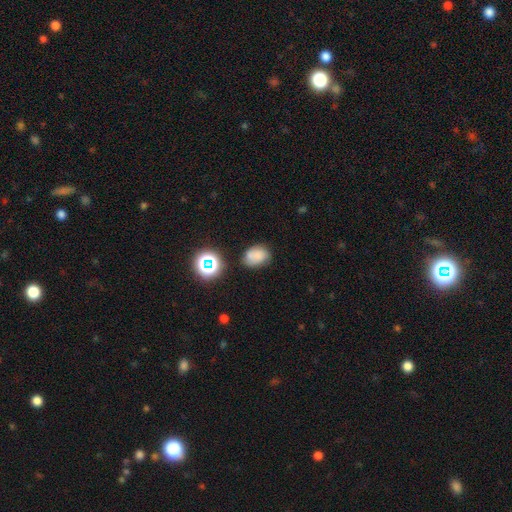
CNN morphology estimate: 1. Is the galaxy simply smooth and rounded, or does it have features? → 69% smooth, 16% star or artifact, 15% featured or disk.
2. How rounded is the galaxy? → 69% in between, 30% round, 1% cigar-shaped.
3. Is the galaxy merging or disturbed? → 62% none, 24% minor disturbance, 7% major disturbance, 7% merger.